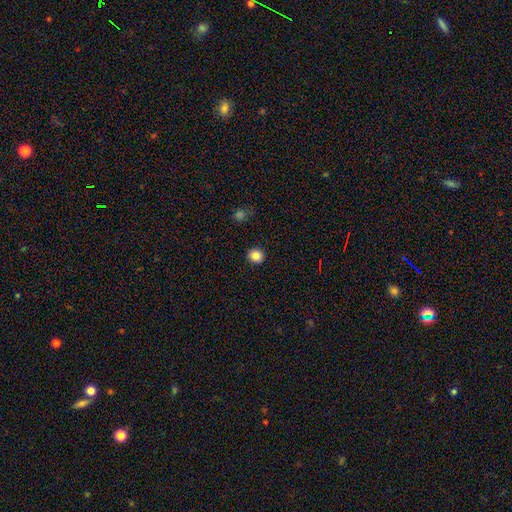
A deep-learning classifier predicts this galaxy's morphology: smooth 84%, star or artifact 10%, featured or disk 5%. Down the decision tree: how rounded — round (86%); merging — none (92%).